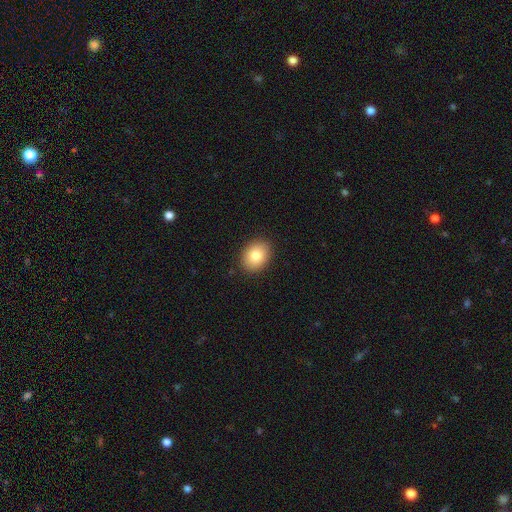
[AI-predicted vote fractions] Q: Smooth or featured?
A: smooth (84%); runner-up: featured or disk (8%)
Q: How rounded?
A: in between (61%); runner-up: round (38%)
Q: Merging?
A: none (89%); runner-up: minor disturbance (8%)